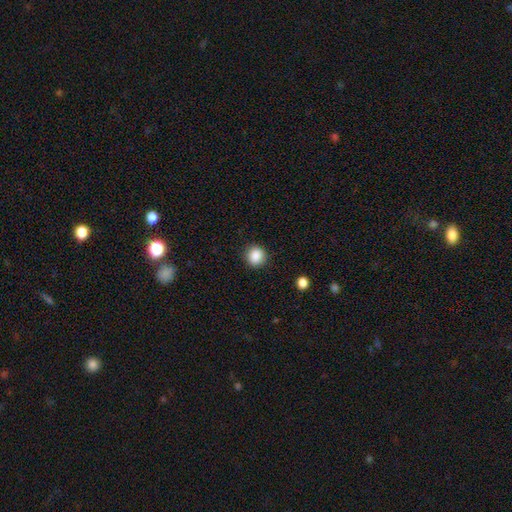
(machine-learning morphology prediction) Smooth or featured?
  - smooth: 88% *
  - star or artifact: 9%
  - featured or disk: 3%
How rounded?
  - round: 88% *
  - in between: 11%
  - cigar-shaped: 1%
Merging?
  - none: 90% *
  - minor disturbance: 7%
  - major disturbance: 2%
  - merger: 1%